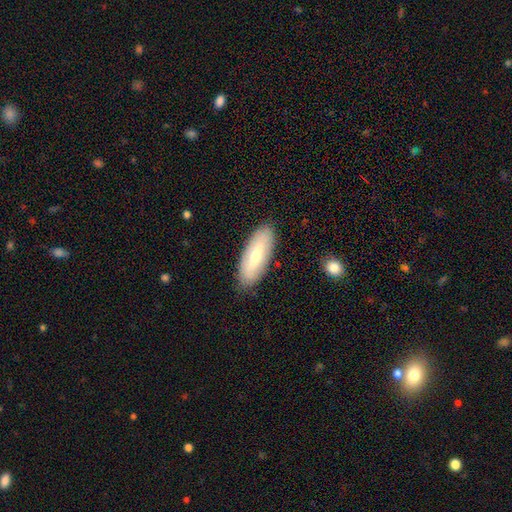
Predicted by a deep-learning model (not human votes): Smooth or featured? smooth (56%)
How rounded? in between (72%)
Merging? none (86%)